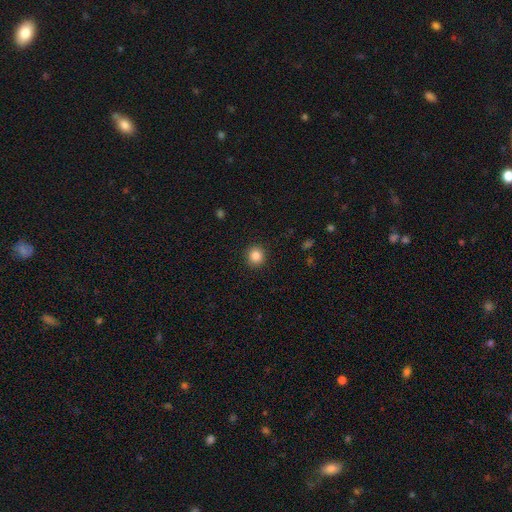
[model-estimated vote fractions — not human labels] Morphology: type=smooth (85%); roundness=round (92%); merging=none (92%).